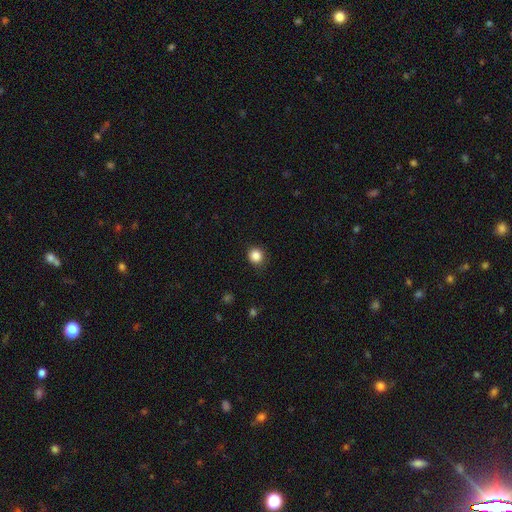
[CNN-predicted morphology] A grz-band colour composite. It shows a smooth galaxy with no disk features (86%) that is round (89%). Merging: none (88%).